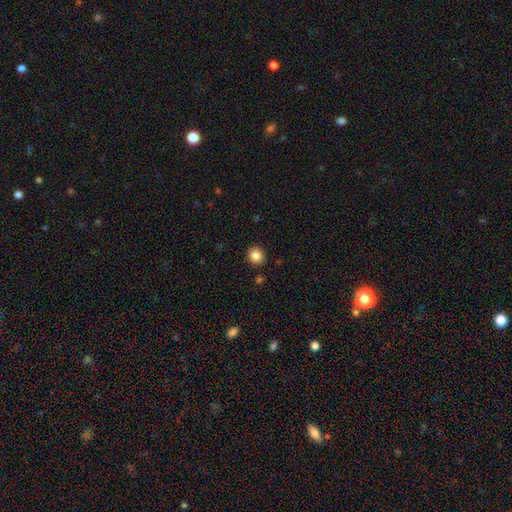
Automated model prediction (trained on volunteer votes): smooth_or_featured: smooth (p=0.85) [alt: star or artifact p=0.10]
how_rounded: round (p=0.91) [alt: in between p=0.08]
merging: none (p=0.91) [alt: minor disturbance p=0.05]